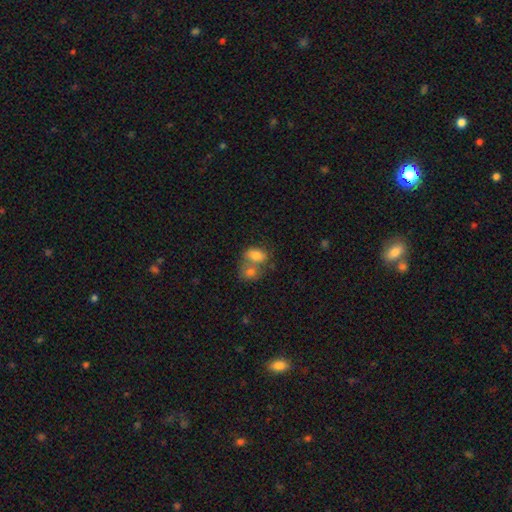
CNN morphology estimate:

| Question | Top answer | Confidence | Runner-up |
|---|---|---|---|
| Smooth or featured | smooth | 77% | featured or disk (15%) |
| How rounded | in between | 76% | round (22%) |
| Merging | merger | 60% | none (25%) |